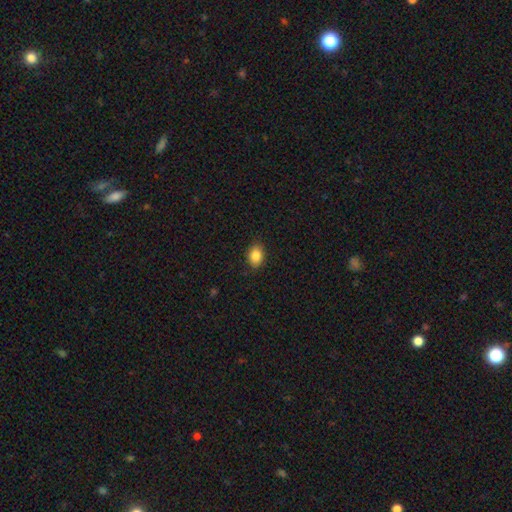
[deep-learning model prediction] A smooth galaxy with no disk features (85%) that is in between round and cigar-shaped (79%). Merging: none (87%).